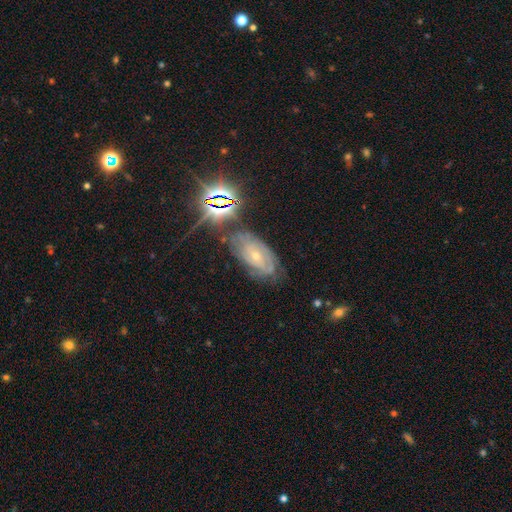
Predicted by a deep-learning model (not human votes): Smooth or featured?
  - featured or disk: 65% *
  - star or artifact: 19%
  - smooth: 16%
Edge-on disk?
  - no: 93% *
  - yes: 7%
Bar?
  - no: 61% *
  - weak: 30%
  - strong: 8%
Spiral arms?
  - yes: 84% *
  - no: 16%
Spiral winding?
  - tight: 66% *
  - medium: 27%
  - loose: 8%
Spiral arm count?
  - can't tell: 54% *
  - 2: 24%
  - 3: 10%
  - 4: 4%
  - 1: 4%
  - more than 4: 3%
Bulge size?
  - small: 65% *
  - moderate: 31%
  - none: 2%
  - large: 1%
  - dominant: 1%
Merging?
  - none: 63% *
  - minor disturbance: 24%
  - major disturbance: 9%
  - merger: 3%